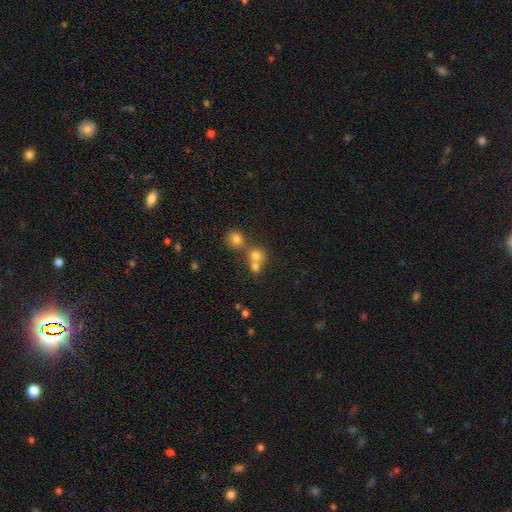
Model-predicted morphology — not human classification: smooth 73%, star or artifact 16%, featured or disk 11%. Down the decision tree: how rounded — round (83%); merging — merger (51%).